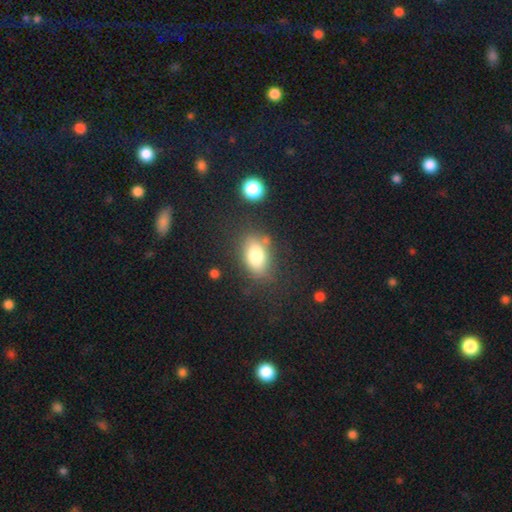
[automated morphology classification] A smooth galaxy with no disk features (77%) that is in between round and cigar-shaped (84%). Merging: none (73%).